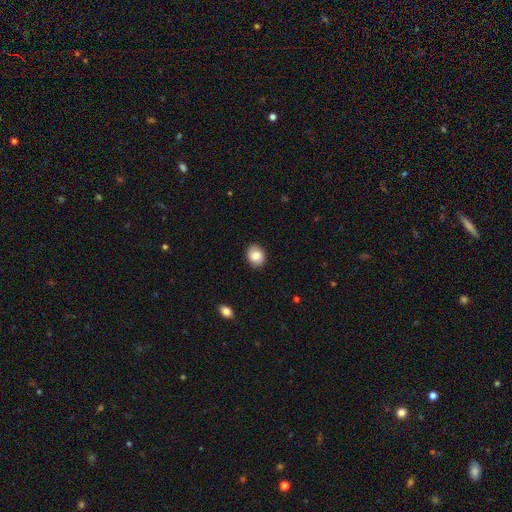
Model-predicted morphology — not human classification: smooth-or-featured: smooth: 84% | featured or disk: 8% | star or artifact: 8%
  how-rounded: round: 56% | in between: 44% | cigar-shaped: 1%
  merging: none: 86% | minor disturbance: 10% | major disturbance: 2% | merger: 1%